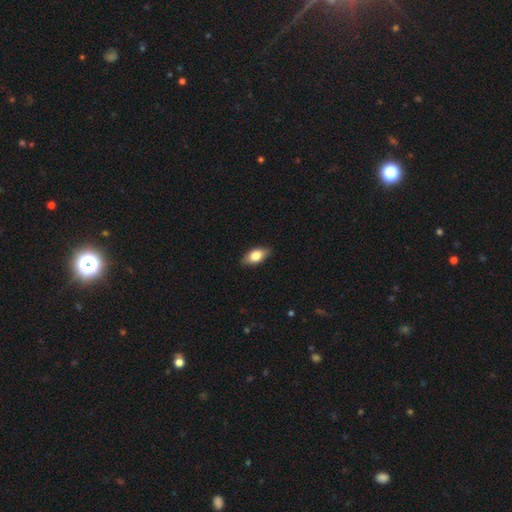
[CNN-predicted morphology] This appears to be a smooth galaxy with no disk features (78%) that is in between round and cigar-shaped (89%). Merging: none (87%).